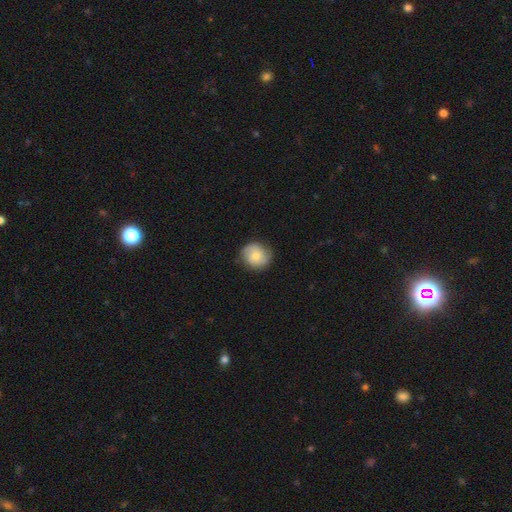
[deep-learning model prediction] smooth-or-featured: smooth: 67% | featured or disk: 25% | star or artifact: 7%
  how-rounded: round: 85% | in between: 14% | cigar-shaped: 1%
  merging: none: 83% | minor disturbance: 13% | major disturbance: 3% | merger: 1%